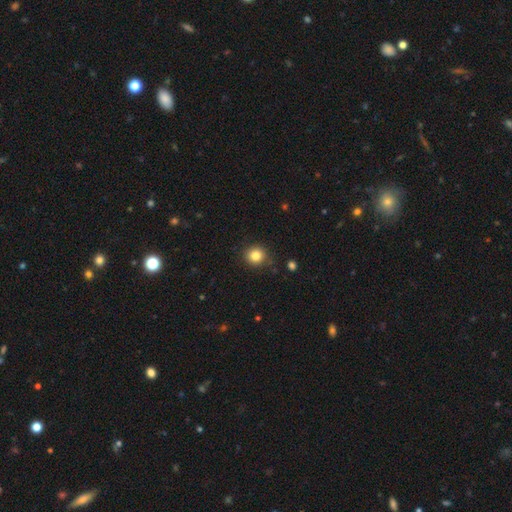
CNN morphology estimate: Smooth or featured? smooth (83%)
How rounded? round (89%)
Merging? none (87%)